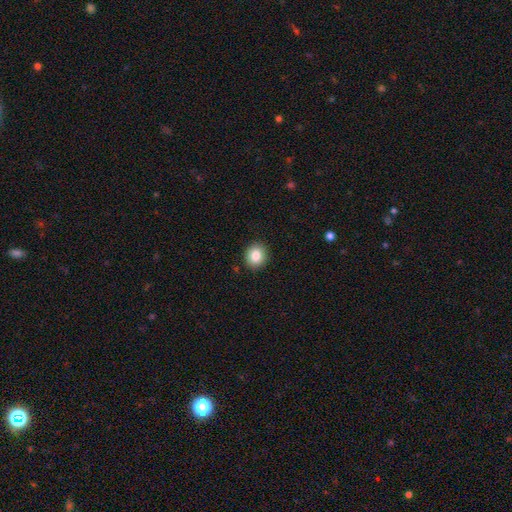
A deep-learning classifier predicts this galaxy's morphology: Q: Smooth or featured?
A: smooth (85%); runner-up: star or artifact (9%)
Q: How rounded?
A: round (75%); runner-up: in between (24%)
Q: Merging?
A: none (90%); runner-up: minor disturbance (7%)